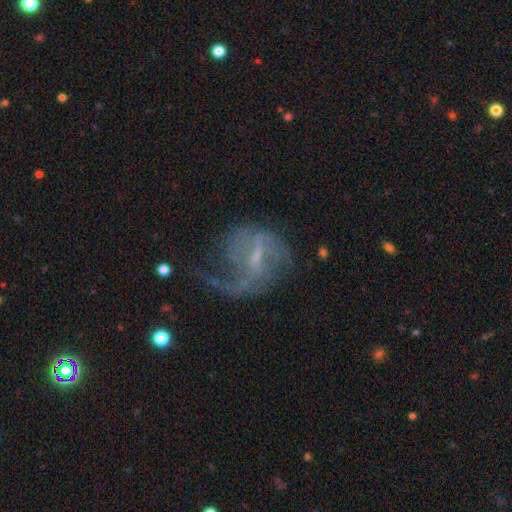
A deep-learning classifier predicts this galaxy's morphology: Q: Smooth or featured?
A: featured or disk (75%); runner-up: smooth (14%)
Q: Edge-on disk?
A: no (97%); runner-up: yes (3%)
Q: Bar?
A: weak (54%); runner-up: no (24%)
Q: Spiral arms?
A: yes (79%); runner-up: no (21%)
Q: Spiral winding?
A: loose (55%); runner-up: medium (32%)
Q: Spiral arm count?
A: 1 (47%); runner-up: 2 (29%)
Q: Bulge size?
A: small (54%); runner-up: none (24%)
Q: Merging?
A: major disturbance (43%); runner-up: none (35%)